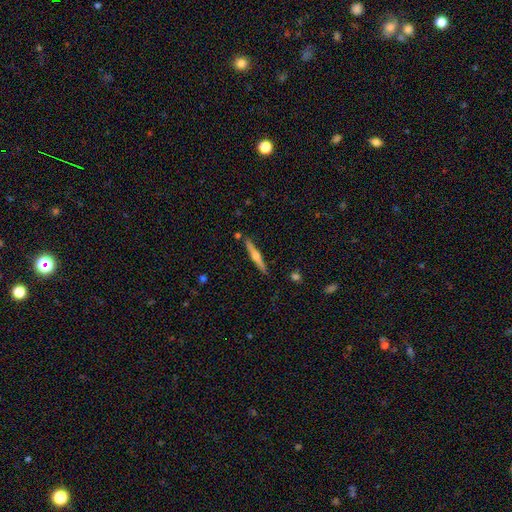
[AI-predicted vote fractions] This appears to be a featured or disk galaxy (63%) viewed edge-on (98%) with a rounded central bulge (85%). Merging: none (88%).